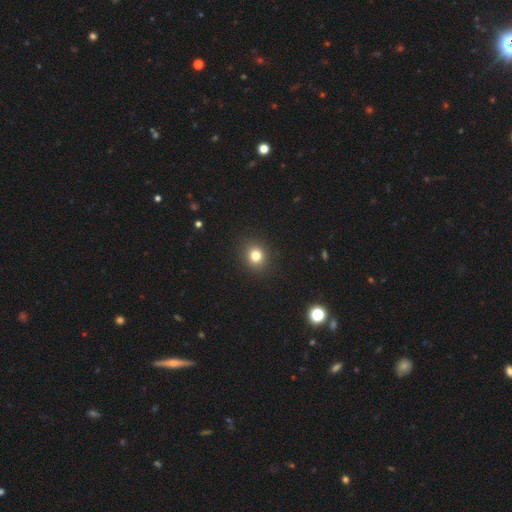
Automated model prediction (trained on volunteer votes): The model was most divided on "how rounded": round: 76%, in between: 23%, cigar-shaped: 1%. More confident: merging — none (91%); smooth or featured — smooth (80%).